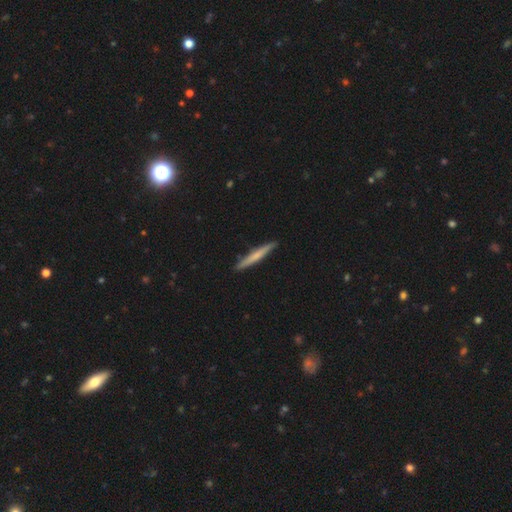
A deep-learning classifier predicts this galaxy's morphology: Smooth or featured? smooth (56%)
How rounded? cigar-shaped (96%)
Merging? none (90%)